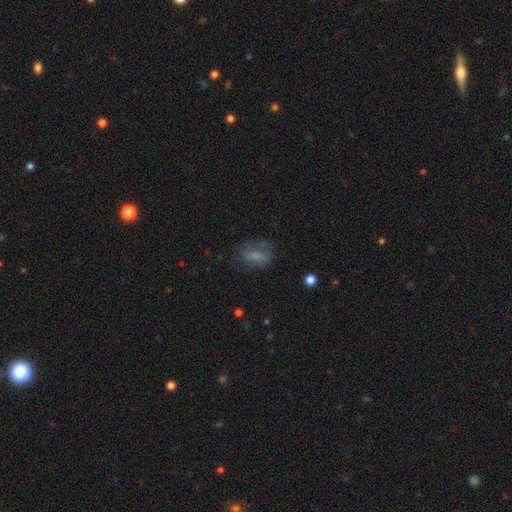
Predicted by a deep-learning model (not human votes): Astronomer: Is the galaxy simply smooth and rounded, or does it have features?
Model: smooth — 62%.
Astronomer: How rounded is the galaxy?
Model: in between — 73%.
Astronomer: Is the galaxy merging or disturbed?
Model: none — 60%.